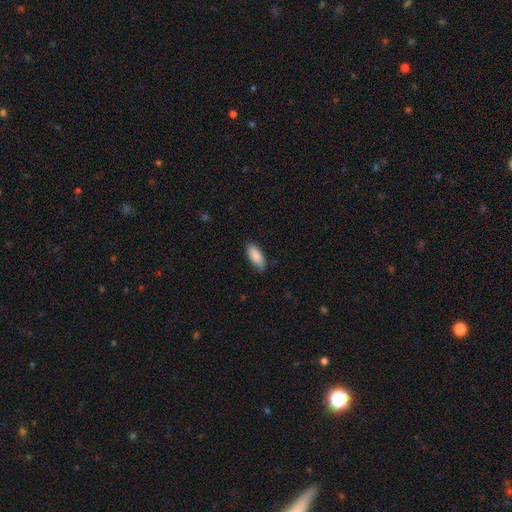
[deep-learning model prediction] A smooth galaxy with no disk features (89%) that is in between round and cigar-shaped (84%).

Vote fractions:
- Smooth or featured? smooth: 89% / star or artifact: 6% / featured or disk: 5%
- How rounded? in between: 84% / cigar-shaped: 14% / round: 2%
- Merging? none: 84% / minor disturbance: 13% / major disturbance: 2% / merger: 1%